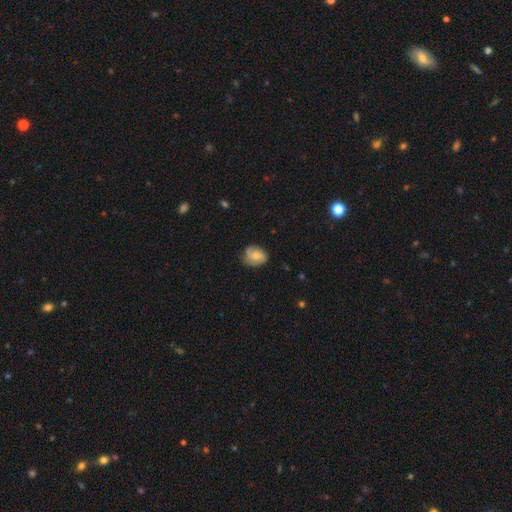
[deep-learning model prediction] Smooth or featured: smooth — 54% (featured or disk — 38%)
How rounded: in between — 52% (round — 47%)
Merging: none — 64% (minor disturbance — 27%)